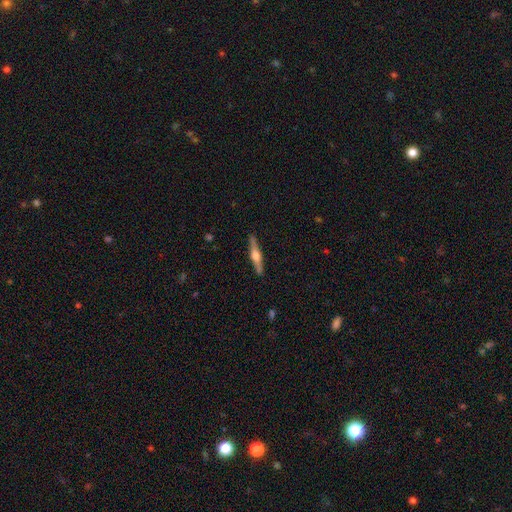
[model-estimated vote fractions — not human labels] Smooth or featured?
  - featured or disk: 68% *
  - smooth: 26%
  - star or artifact: 5%
Edge-on disk?
  - yes: 97% *
  - no: 3%
Edge-on bulge?
  - rounded: 91% *
  - boxy: 6%
  - none: 3%
Merging?
  - none: 89% *
  - minor disturbance: 8%
  - major disturbance: 2%
  - merger: 1%